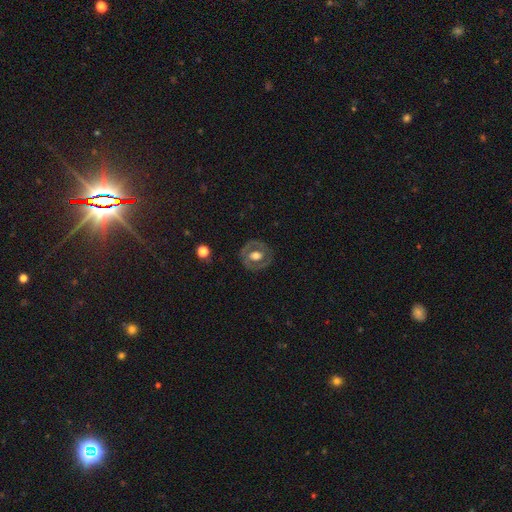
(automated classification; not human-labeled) Smooth or featured? featured or disk (58%)
Edge-on disk? no (95%)
Bar? no (68%)
Spiral arms? no (79%)
Bulge size? moderate (54%)
Merging? none (80%)